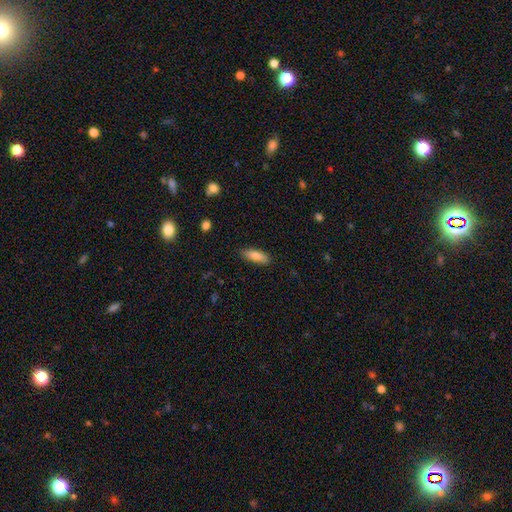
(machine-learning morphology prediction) The model was most divided on "how rounded": in between: 59%, cigar-shaped: 39%, round: 2%. More confident: merging — none (86%); smooth or featured — smooth (81%).